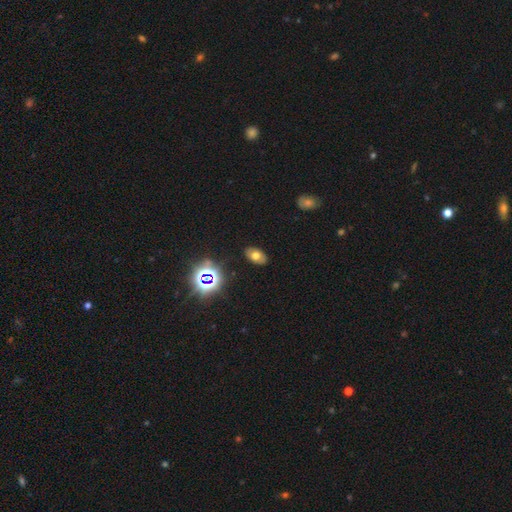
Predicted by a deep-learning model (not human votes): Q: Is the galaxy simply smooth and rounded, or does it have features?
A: smooth — 59%.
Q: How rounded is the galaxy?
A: in between — 89%.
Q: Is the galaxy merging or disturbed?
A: none — 84%.